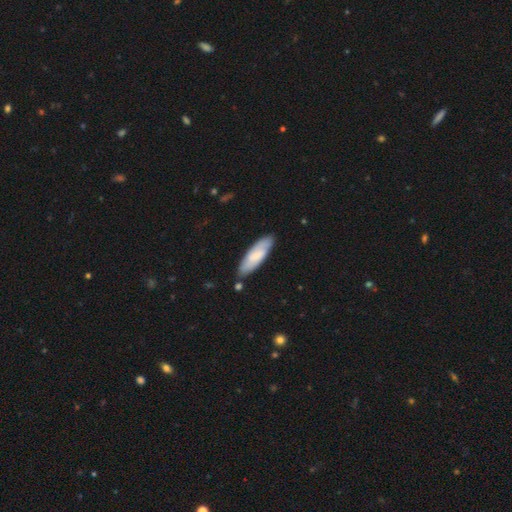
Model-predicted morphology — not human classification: Smooth or featured?
  - smooth: 65% *
  - featured or disk: 30%
  - star or artifact: 5%
How rounded?
  - cigar-shaped: 52% *
  - in between: 46%
  - round: 1%
Merging?
  - none: 82% *
  - minor disturbance: 12%
  - merger: 3%
  - major disturbance: 2%